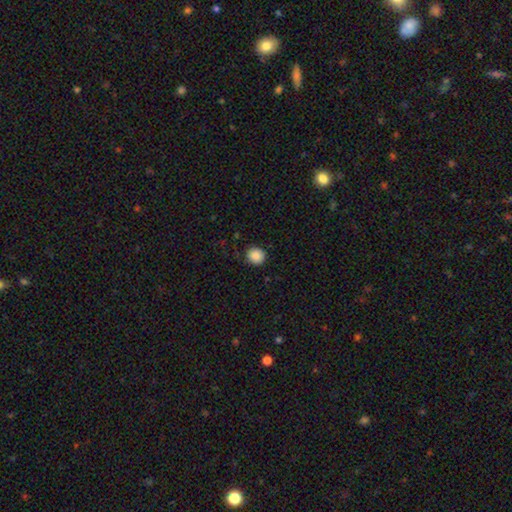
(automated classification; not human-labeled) A smooth galaxy with no disk features (88%) that is round (89%). Merging: none (88%).